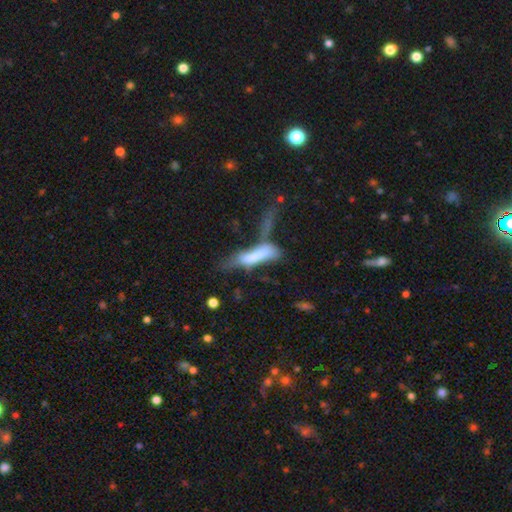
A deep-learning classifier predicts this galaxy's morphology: Q: Smooth or featured?
A: smooth (58%); runner-up: featured or disk (32%)
Q: How rounded?
A: cigar-shaped (69%); runner-up: in between (29%)
Q: Merging?
A: merger (35%); runner-up: major disturbance (27%)